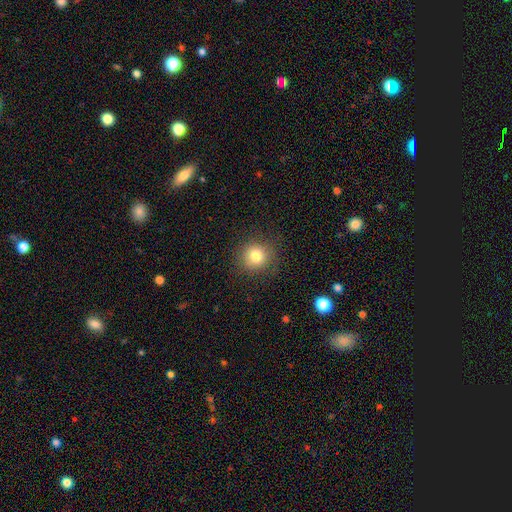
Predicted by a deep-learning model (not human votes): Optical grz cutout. It shows a smooth galaxy with no disk features (80%) that is round (90%). Merging: none (88%).